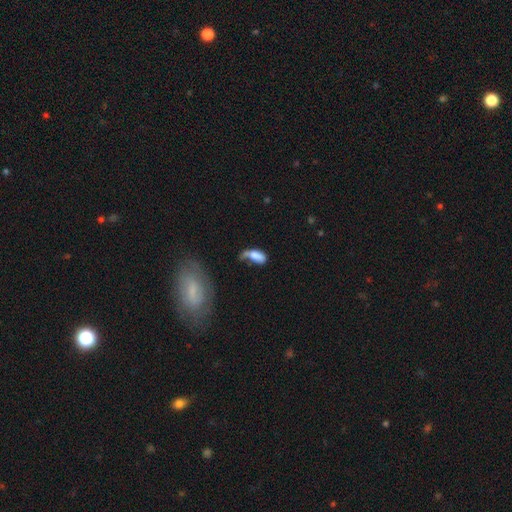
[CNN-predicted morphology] Smooth or featured? Predicted: smooth (p=0.73). How rounded? Predicted: in between (p=0.84). Merging? Predicted: major disturbance (p=0.31).